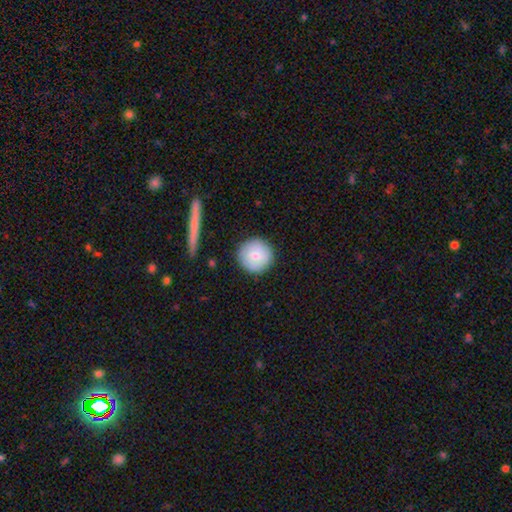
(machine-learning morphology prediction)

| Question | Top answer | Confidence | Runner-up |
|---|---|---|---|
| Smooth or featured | smooth | 71% | featured or disk (22%) |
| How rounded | round | 95% | in between (4%) |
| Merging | none | 88% | minor disturbance (8%) |